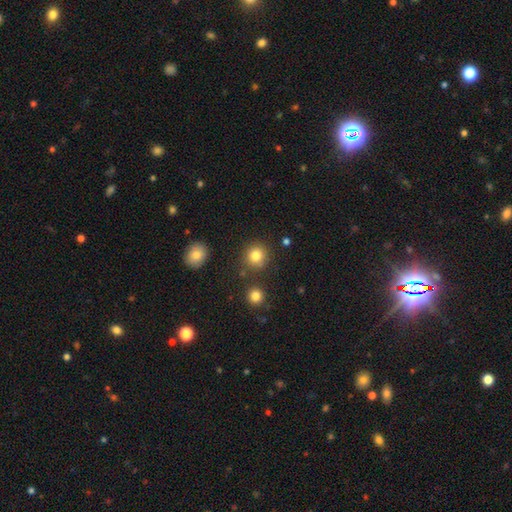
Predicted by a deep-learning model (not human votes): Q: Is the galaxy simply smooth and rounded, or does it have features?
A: smooth — 83%.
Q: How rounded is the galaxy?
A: round — 90%.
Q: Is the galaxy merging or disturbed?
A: none — 83%.